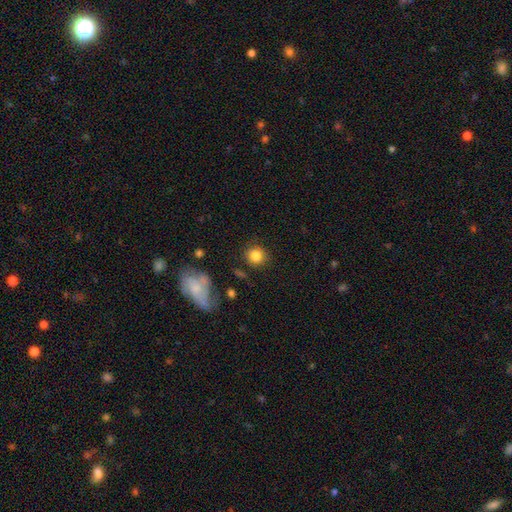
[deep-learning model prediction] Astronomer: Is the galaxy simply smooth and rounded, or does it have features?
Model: smooth — 83%.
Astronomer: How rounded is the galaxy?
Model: round — 88%.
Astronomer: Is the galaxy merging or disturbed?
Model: none — 84%.